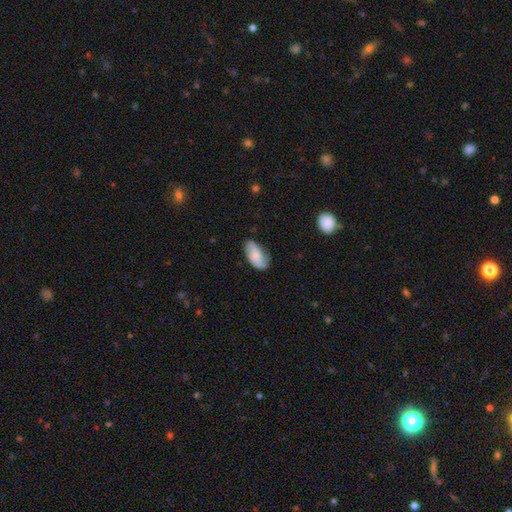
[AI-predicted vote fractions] A smooth galaxy with no disk features (50%) that is in between round and cigar-shaped (91%).

Vote fractions:
- Smooth or featured? smooth: 50% / featured or disk: 43% / star or artifact: 7%
- How rounded? in between: 91% / cigar-shaped: 6% / round: 4%
- Merging? none: 64% / minor disturbance: 26% / major disturbance: 8% / merger: 2%